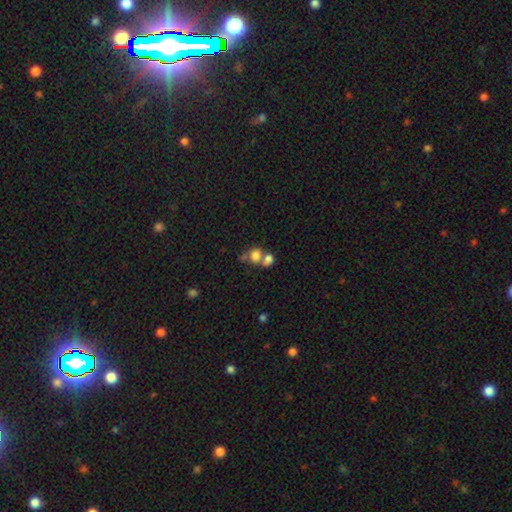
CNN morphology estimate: Smooth or featured?
  - smooth: 76% *
  - featured or disk: 13%
  - star or artifact: 11%
How rounded?
  - round: 59% *
  - in between: 40%
  - cigar-shaped: 1%
Merging?
  - merger: 58% *
  - none: 29%
  - minor disturbance: 8%
  - major disturbance: 5%